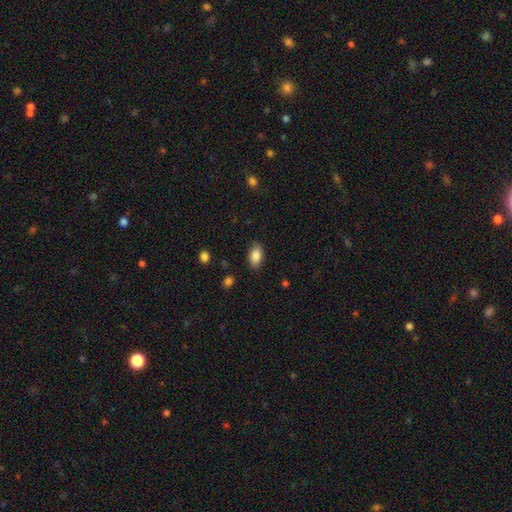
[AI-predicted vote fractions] This is clearly a smooth galaxy (86%). How rounded: clearly in between (91%). Merging: clearly none (85%).